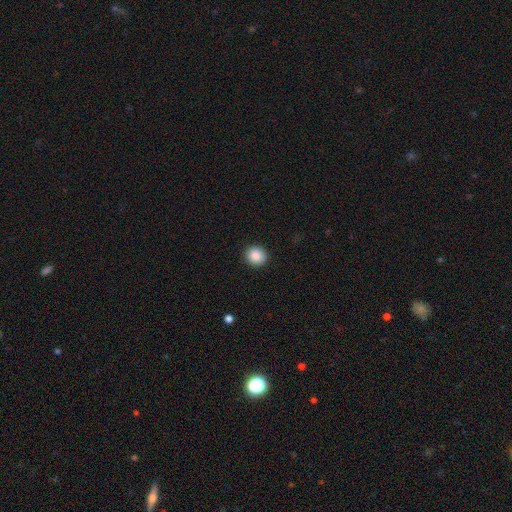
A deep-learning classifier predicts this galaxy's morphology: This is clearly a smooth galaxy (88%). How rounded: clearly round (88%). Merging: clearly none (92%).